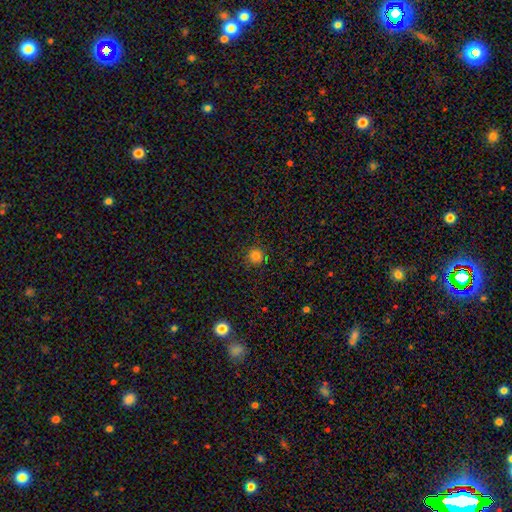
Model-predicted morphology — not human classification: type=smooth (82%); roundness=round (94%); merging=none (89%).